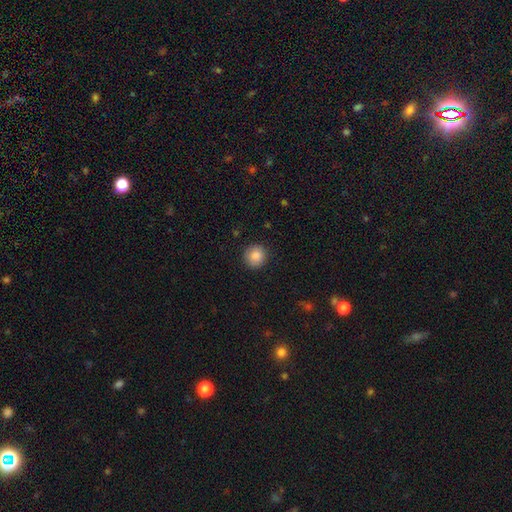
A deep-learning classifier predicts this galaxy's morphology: A smooth galaxy with no disk features (86%) that is round (90%).

Vote fractions:
- Smooth or featured? smooth: 86% / star or artifact: 9% / featured or disk: 5%
- How rounded? round: 90% / in between: 9% / cigar-shaped: 1%
- Merging? none: 89% / minor disturbance: 8% / major disturbance: 2% / merger: 1%